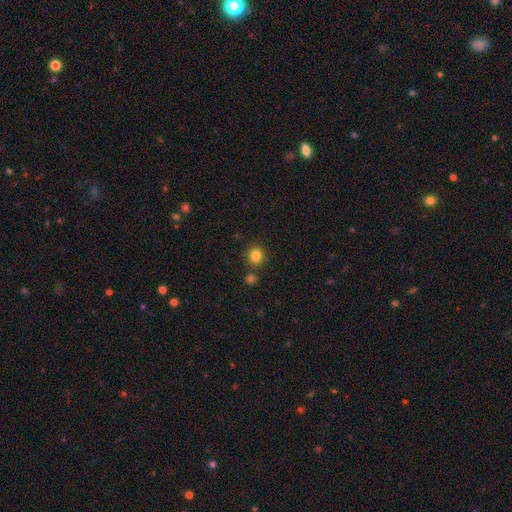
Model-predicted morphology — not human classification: smooth 83%, star or artifact 12%, featured or disk 5%. Down the decision tree: how rounded — round (92%); merging — none (82%).